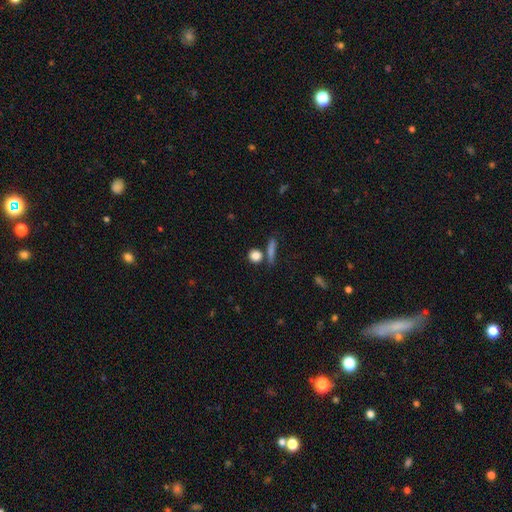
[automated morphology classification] Smooth or featured?
  - smooth: 83% *
  - star or artifact: 10%
  - featured or disk: 7%
How rounded?
  - round: 74% *
  - in between: 18%
  - cigar-shaped: 8%
Merging?
  - none: 69% *
  - merger: 18%
  - minor disturbance: 10%
  - major disturbance: 4%